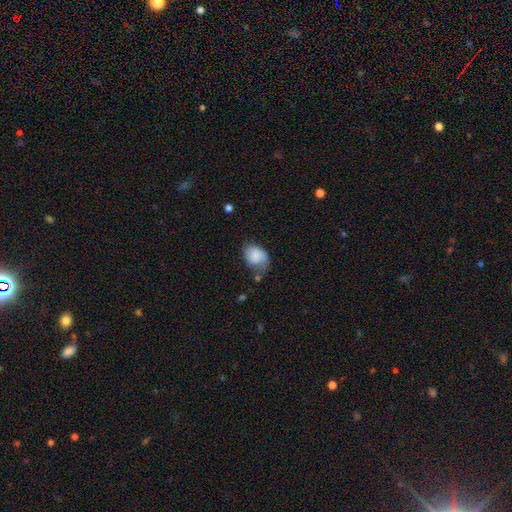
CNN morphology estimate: Q: Smooth or featured?
A: smooth (65%); runner-up: featured or disk (27%)
Q: How rounded?
A: in between (69%); runner-up: round (30%)
Q: Merging?
A: none (38%); runner-up: minor disturbance (35%)